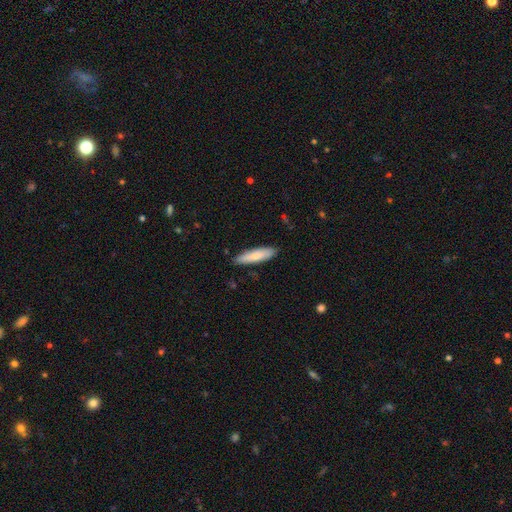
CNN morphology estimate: A smooth galaxy with no disk features (76%) that is cigar-shaped (71%).

Vote fractions:
- Smooth or featured? smooth: 76% / featured or disk: 19% / star or artifact: 5%
- How rounded? cigar-shaped: 71% / in between: 27% / round: 1%
- Merging? none: 86% / minor disturbance: 11% / major disturbance: 2% / merger: 1%